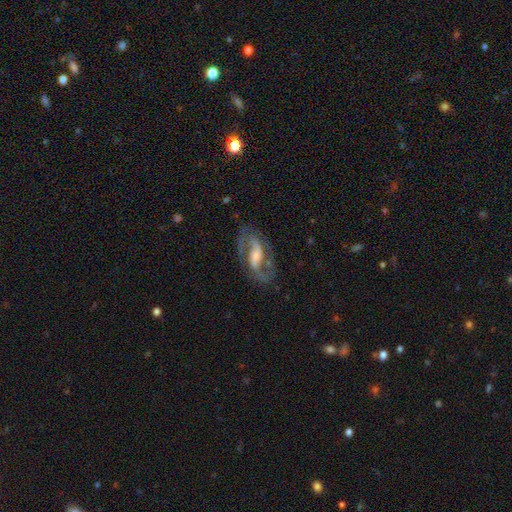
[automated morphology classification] Smooth or featured: featured or disk — 86% (smooth — 9%)
Edge-on disk: no — 95% (yes — 5%)
Bar: strong — 41% (weak — 40%)
Spiral arms: yes — 93% (no — 7%)
Spiral winding: medium — 55% (loose — 27%)
Spiral arm count: 2 — 91% (can't tell — 4%)
Bulge size: moderate — 41% (small — 39%)
Merging: none — 74% (minor disturbance — 14%)